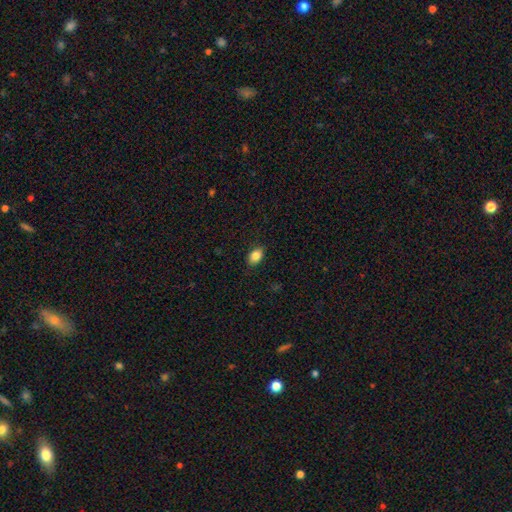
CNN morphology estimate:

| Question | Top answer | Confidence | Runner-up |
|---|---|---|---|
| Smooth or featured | smooth | 85% | star or artifact (8%) |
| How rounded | in between | 85% | round (13%) |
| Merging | none | 86% | minor disturbance (11%) |